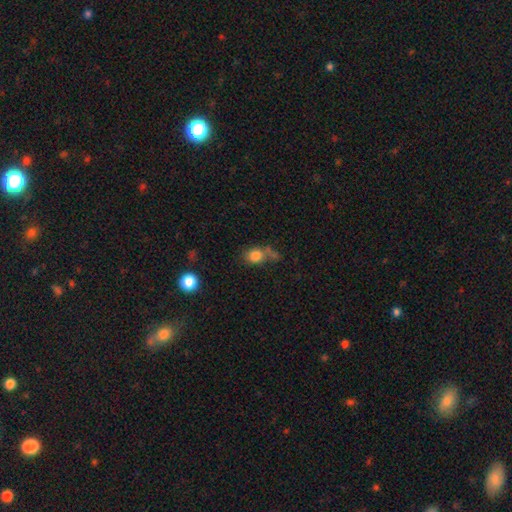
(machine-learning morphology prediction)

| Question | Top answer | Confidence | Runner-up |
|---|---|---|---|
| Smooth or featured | smooth | 79% | star or artifact (12%) |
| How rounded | round | 56% | in between (42%) |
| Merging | none | 47% | merger (21%) |